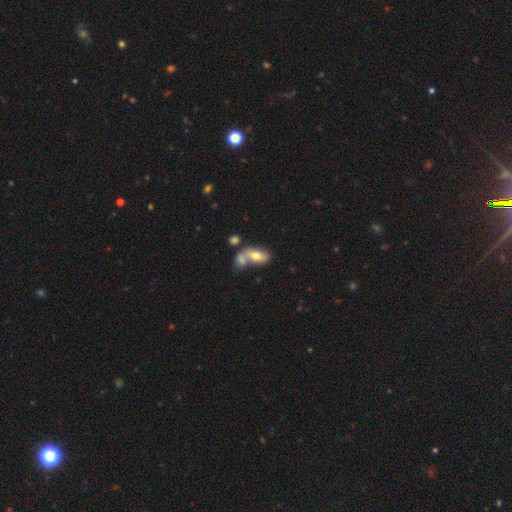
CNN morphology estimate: This is possibly a smooth galaxy (56%). How rounded: clearly in between (85%). Merging: possibly merger (50%).